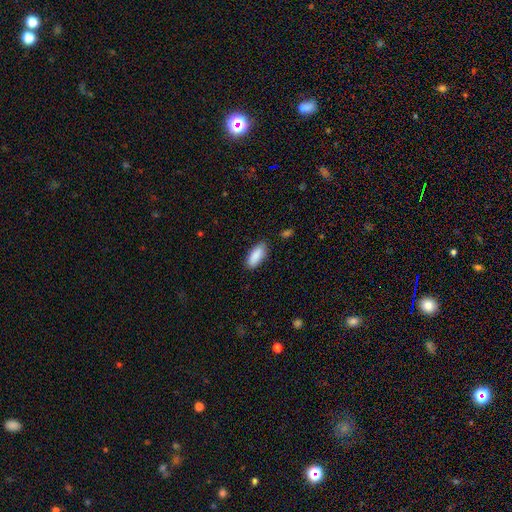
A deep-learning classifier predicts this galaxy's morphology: Overall: smooth (89%). How rounded: in between (82%). Merging: none (85%).